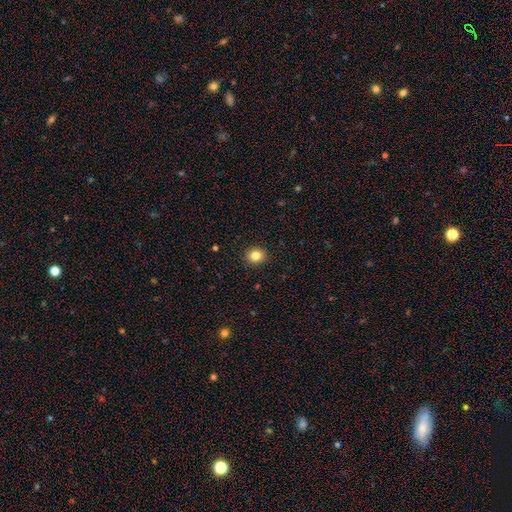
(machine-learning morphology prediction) Smooth or featured?
  - smooth: 83% *
  - star or artifact: 11%
  - featured or disk: 5%
How rounded?
  - round: 84% *
  - in between: 15%
  - cigar-shaped: 1%
Merging?
  - none: 92% *
  - minor disturbance: 6%
  - major disturbance: 2%
  - merger: 1%